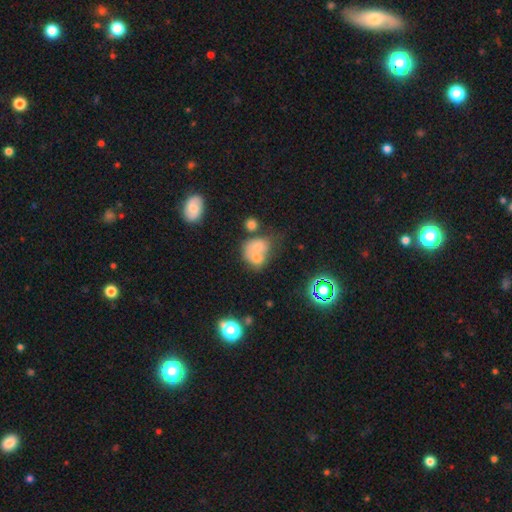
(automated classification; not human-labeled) The model was most divided on "how rounded": round: 55%, in between: 44%, cigar-shaped: 1%. More confident: merging — merger (63%); smooth or featured — smooth (61%).